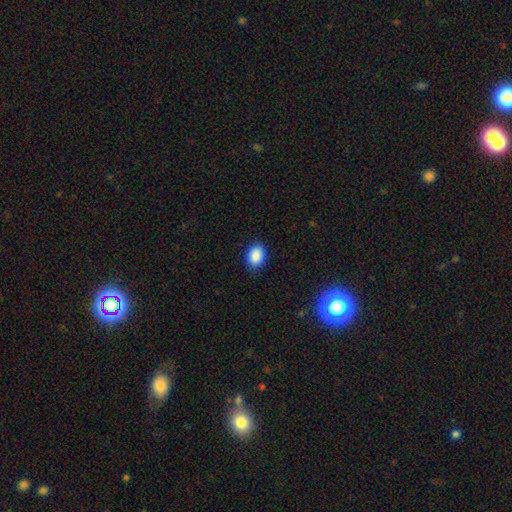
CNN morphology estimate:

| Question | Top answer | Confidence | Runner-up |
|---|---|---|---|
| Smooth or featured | smooth | 89% | star or artifact (8%) |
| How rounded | in between | 78% | round (21%) |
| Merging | none | 87% | minor disturbance (10%) |